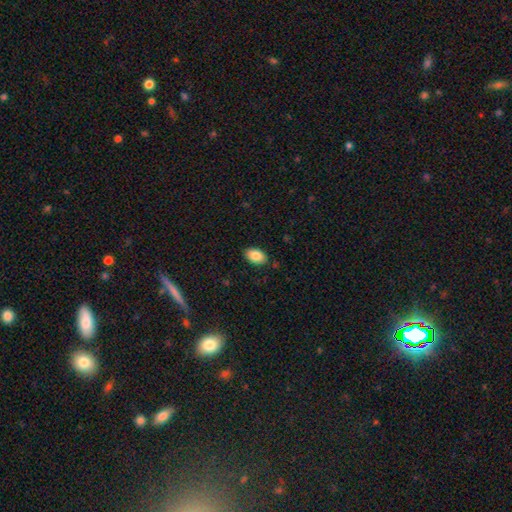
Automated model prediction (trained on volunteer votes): This is clearly a smooth galaxy (86%). How rounded: clearly in between (91%). Merging: clearly none (87%).